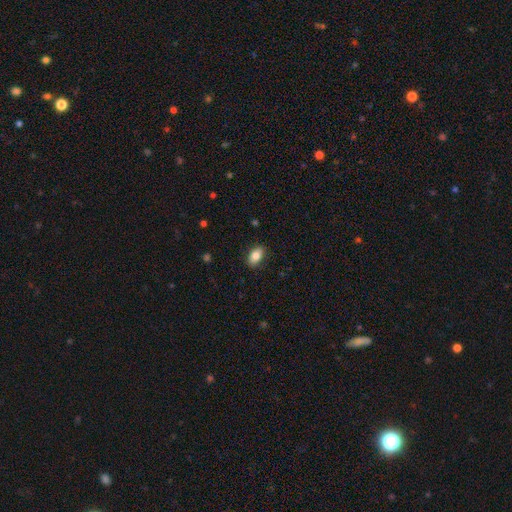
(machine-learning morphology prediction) Overall: smooth (82%). How rounded: in between (90%). Merging: none (86%).